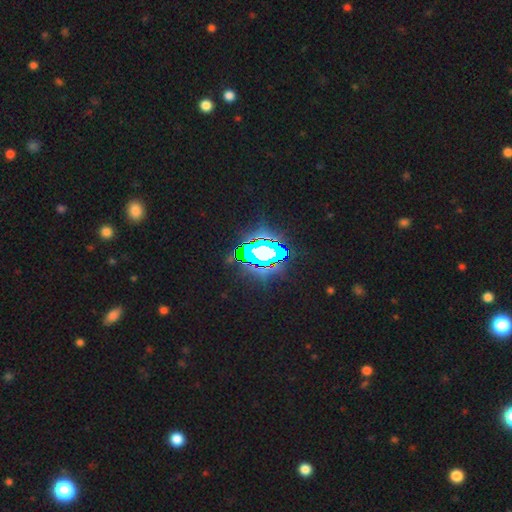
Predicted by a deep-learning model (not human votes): A star or artifact, not a galaxy (75%).